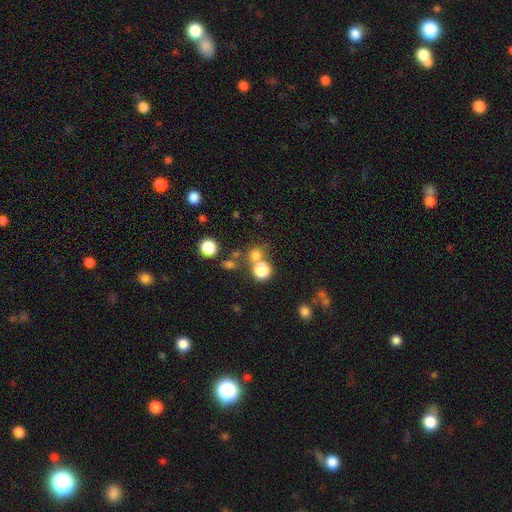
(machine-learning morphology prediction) Q: Smooth or featured?
A: smooth (72%); runner-up: star or artifact (19%)
Q: How rounded?
A: round (87%); runner-up: in between (12%)
Q: Merging?
A: none (58%); runner-up: merger (30%)